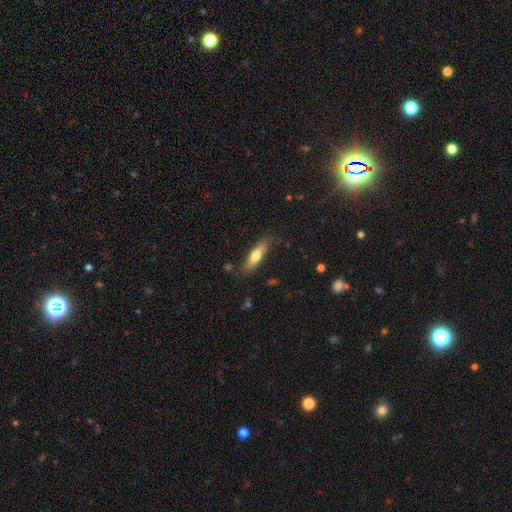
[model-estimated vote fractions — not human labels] Smooth or featured? smooth (64%)
How rounded? cigar-shaped (63%)
Merging? none (79%)